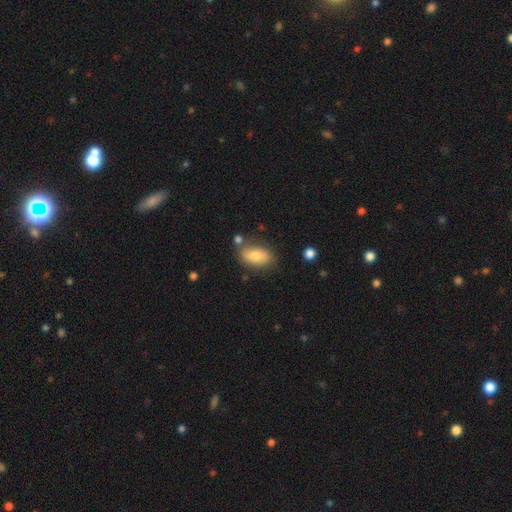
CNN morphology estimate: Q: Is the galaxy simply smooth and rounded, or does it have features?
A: smooth — 78%.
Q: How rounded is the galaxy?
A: in between — 91%.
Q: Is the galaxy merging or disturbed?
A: none — 70%.